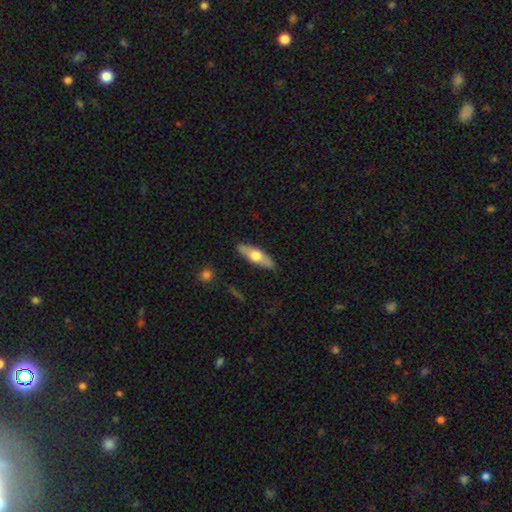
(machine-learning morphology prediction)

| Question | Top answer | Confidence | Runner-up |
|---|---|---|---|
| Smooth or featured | smooth | 50% | featured or disk (44%) |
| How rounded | in between | 50% | cigar-shaped (47%) |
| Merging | none | 87% | minor disturbance (10%) |